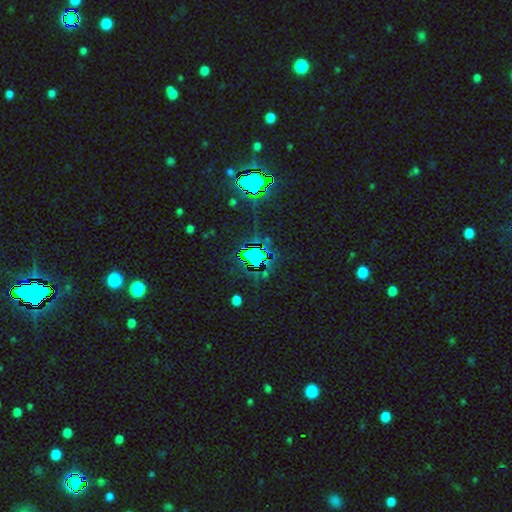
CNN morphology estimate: A star or artifact, not a galaxy (77%).